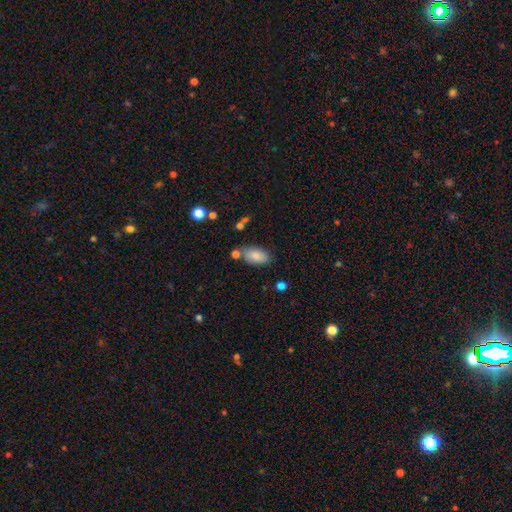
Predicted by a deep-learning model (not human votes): Q: Smooth or featured?
A: smooth (84%); runner-up: featured or disk (8%)
Q: How rounded?
A: in between (93%); runner-up: round (4%)
Q: Merging?
A: none (73%); runner-up: minor disturbance (14%)